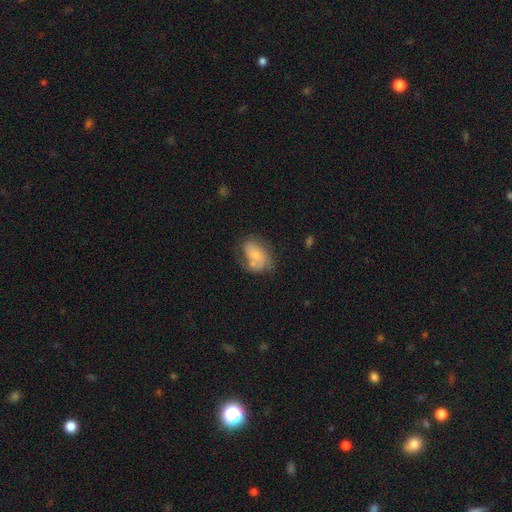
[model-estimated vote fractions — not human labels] Overall: smooth (46%, tied with featured or disk). Merging: none (41%; minor disturbance 25%).